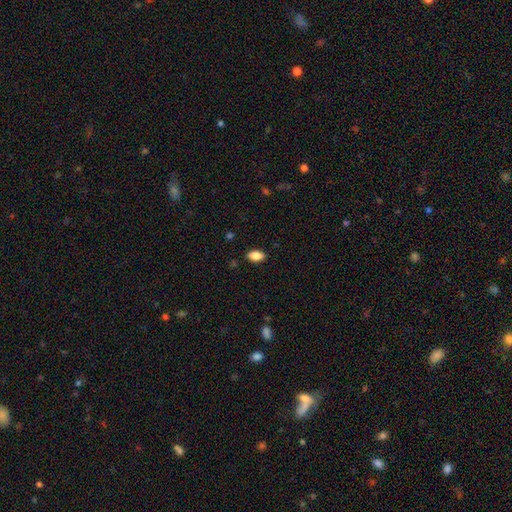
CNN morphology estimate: The model was most divided on "smooth or featured": smooth: 84%, star or artifact: 8%, featured or disk: 8%. More confident: how rounded — in between (91%); merging — none (87%).